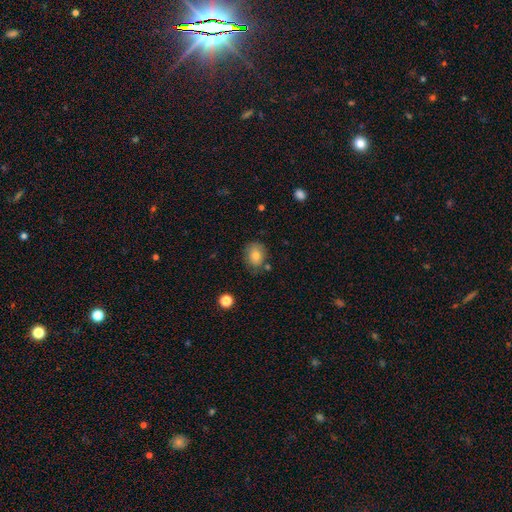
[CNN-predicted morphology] type=smooth (79%); roundness=in between (51%); merging=none (70%).